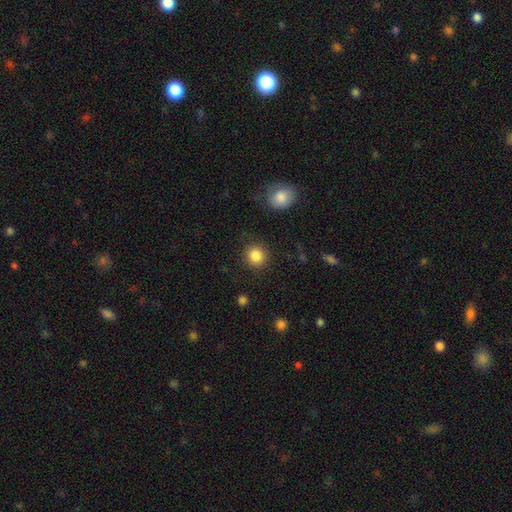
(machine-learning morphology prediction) Smooth or featured: smooth — 86% (star or artifact — 10%)
How rounded: round — 92% (in between — 8%)
Merging: none — 89% (minor disturbance — 7%)